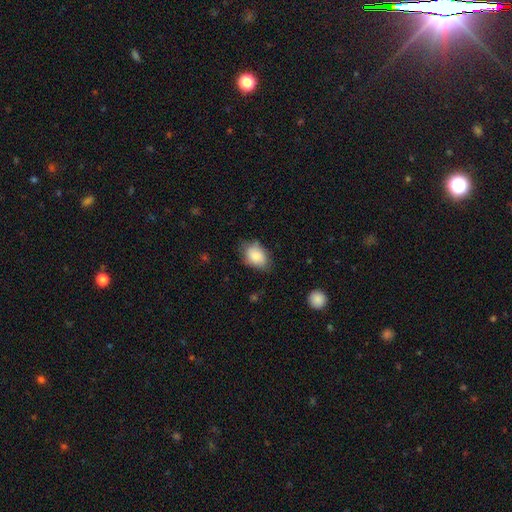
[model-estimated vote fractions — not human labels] Smooth or featured: smooth — 84% (featured or disk — 9%)
How rounded: in between — 83% (round — 16%)
Merging: none — 65% (minor disturbance — 28%)